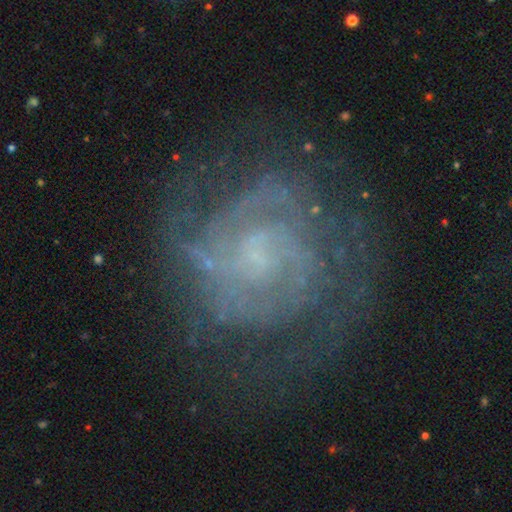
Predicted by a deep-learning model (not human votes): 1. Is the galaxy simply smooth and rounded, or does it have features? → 84% featured or disk, 8% star or artifact, 8% smooth.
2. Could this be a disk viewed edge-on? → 98% no, 2% yes.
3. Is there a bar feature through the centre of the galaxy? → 56% no, 36% weak, 8% strong.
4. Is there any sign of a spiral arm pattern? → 94% yes, 6% no.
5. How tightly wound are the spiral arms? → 59% tight, 33% medium, 8% loose.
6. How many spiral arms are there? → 39% 2, 27% can't tell, 15% 3, 7% 4, 6% 1, 6% more than 4.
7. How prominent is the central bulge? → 56% small, 29% none, 12% moderate, 2% large, 1% dominant.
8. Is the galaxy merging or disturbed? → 70% none, 16% minor disturbance, 12% major disturbance, 2% merger.